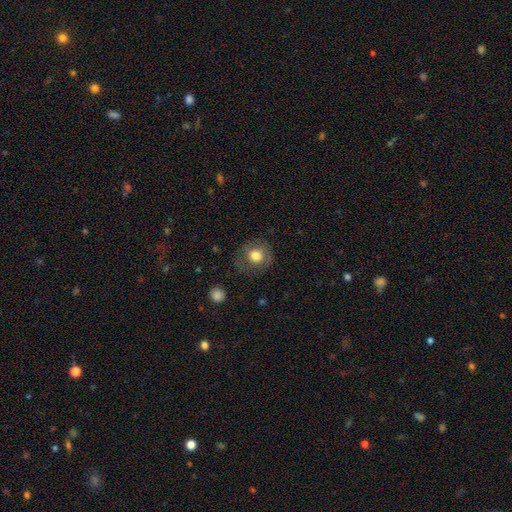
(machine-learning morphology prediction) Smooth or featured: smooth — 72% (featured or disk — 19%)
How rounded: round — 87% (in between — 12%)
Merging: none — 76% (minor disturbance — 15%)